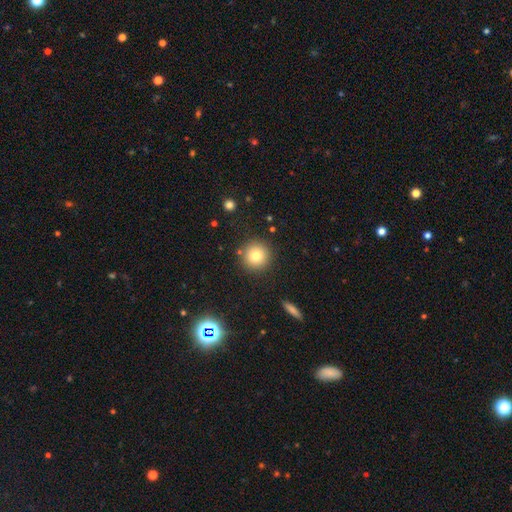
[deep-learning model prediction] This is likely a smooth galaxy (78%). How rounded: clearly round (95%). Merging: clearly none (88%).